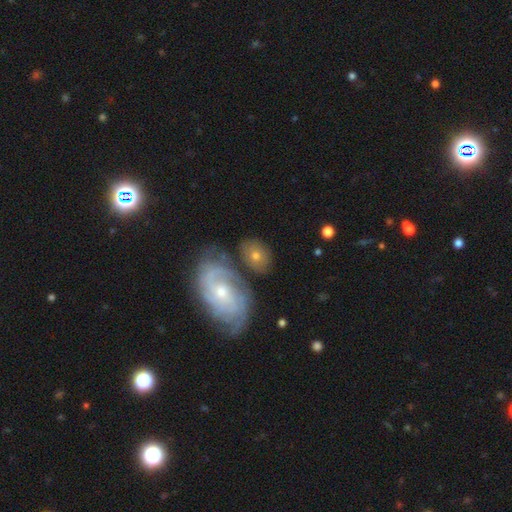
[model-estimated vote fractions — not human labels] Smooth or featured?
  - smooth: 53% *
  - featured or disk: 40%
  - star or artifact: 7%
How rounded?
  - in between: 69% *
  - round: 30%
  - cigar-shaped: 2%
Merging?
  - none: 67% *
  - minor disturbance: 15%
  - merger: 12%
  - major disturbance: 6%